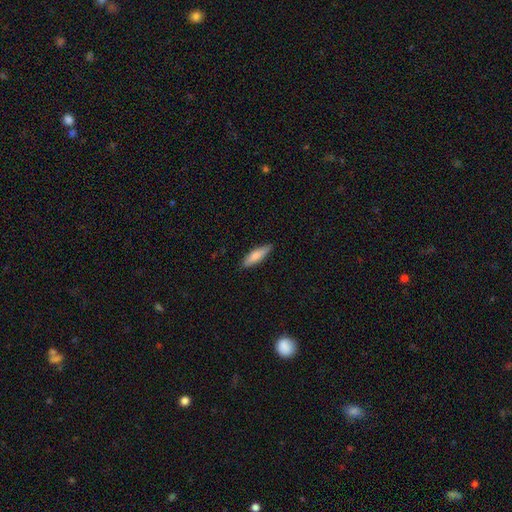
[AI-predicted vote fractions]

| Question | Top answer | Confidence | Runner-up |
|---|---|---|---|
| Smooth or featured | smooth | 76% | featured or disk (19%) |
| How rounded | cigar-shaped | 65% | in between (33%) |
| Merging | none | 87% | minor disturbance (10%) |